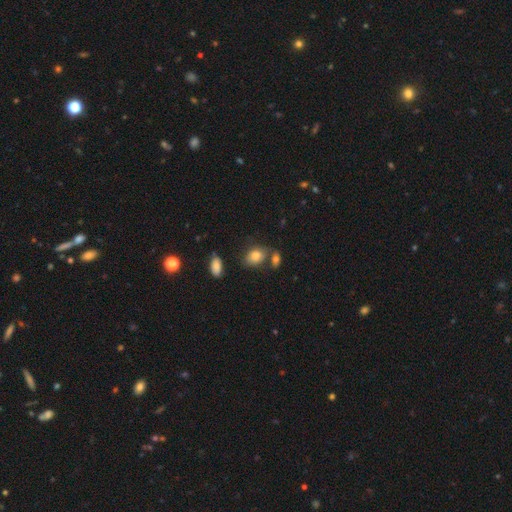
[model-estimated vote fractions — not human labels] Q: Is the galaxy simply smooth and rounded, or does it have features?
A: smooth — 78%.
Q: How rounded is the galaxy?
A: in between — 70%.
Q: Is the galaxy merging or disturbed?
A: none — 61%.